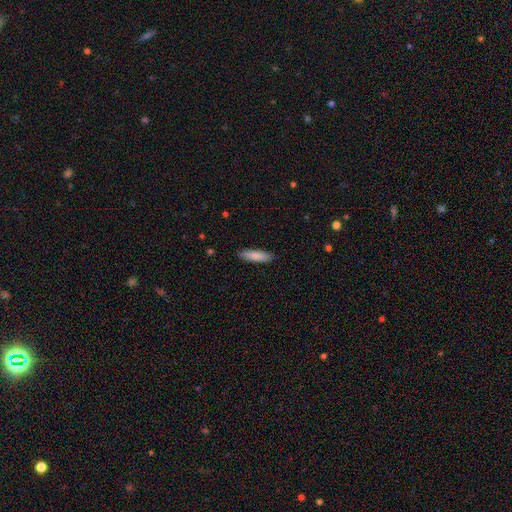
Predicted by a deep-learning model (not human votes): Smooth or featured?
  - smooth: 85% *
  - featured or disk: 9%
  - star or artifact: 6%
How rounded?
  - cigar-shaped: 67% *
  - in between: 31%
  - round: 1%
Merging?
  - none: 89% *
  - minor disturbance: 8%
  - major disturbance: 2%
  - merger: 1%